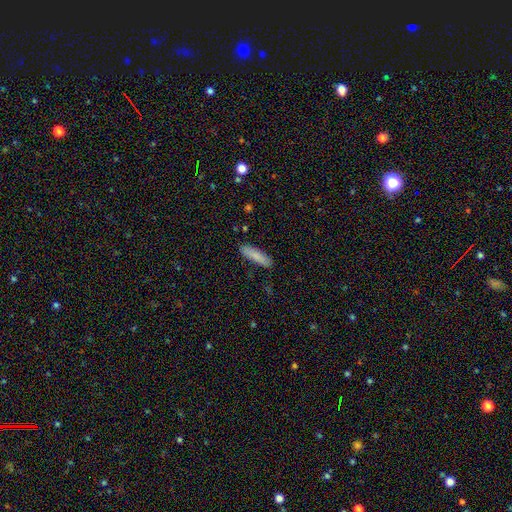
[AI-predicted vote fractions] Smooth or featured: smooth — 85% (featured or disk — 9%)
How rounded: cigar-shaped — 73% (in between — 25%)
Merging: none — 87% (minor disturbance — 10%)